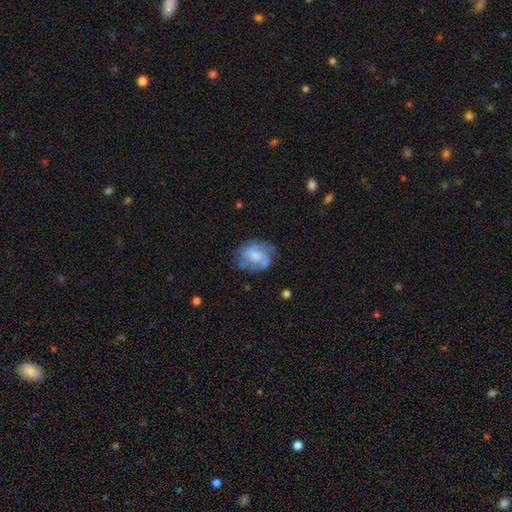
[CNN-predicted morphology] Smooth or featured: featured or disk — 63% (smooth — 30%)
Edge-on disk: no — 98% (yes — 2%)
Bar: no — 50% (weak — 42%)
Spiral arms: yes — 80% (no — 20%)
Bulge size: moderate — 49% (small — 32%)
Merging: none — 61% (minor disturbance — 24%)